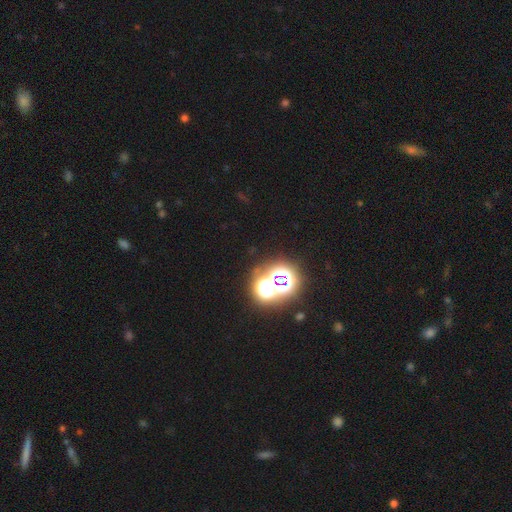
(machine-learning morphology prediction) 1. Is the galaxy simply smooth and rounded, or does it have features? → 72% star or artifact, 19% smooth, 9% featured or disk.